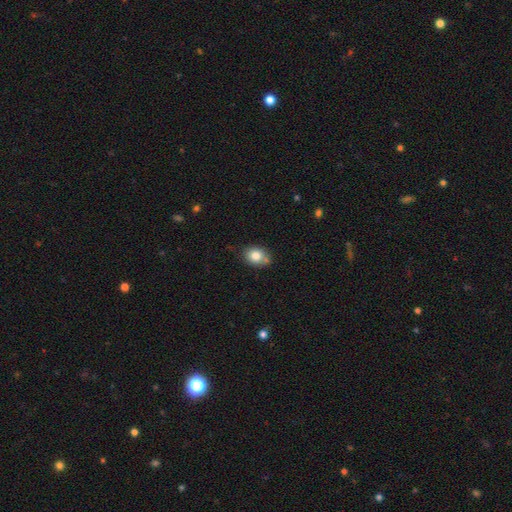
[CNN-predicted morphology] A smooth galaxy with no disk features (82%) that is in between round and cigar-shaped (51%).

Vote fractions:
- Smooth or featured? smooth: 82% / star or artifact: 9% / featured or disk: 9%
- How rounded? in between: 51% / round: 48% / cigar-shaped: 1%
- Merging? none: 69% / minor disturbance: 18% / merger: 9% / major disturbance: 4%